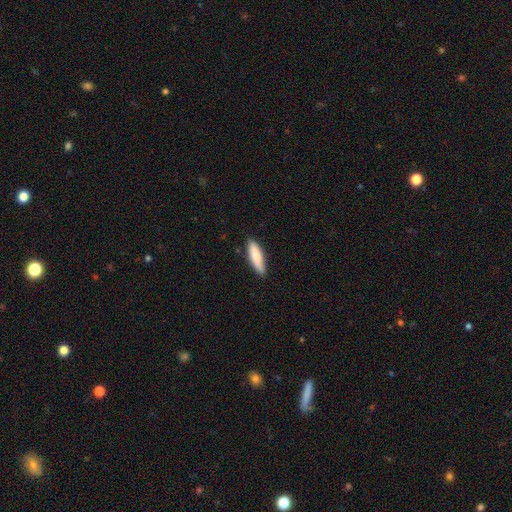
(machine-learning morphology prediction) The model was most divided on "how rounded": cigar-shaped: 65%, in between: 33%, round: 2%. More confident: merging — none (83%); smooth or featured — smooth (81%).